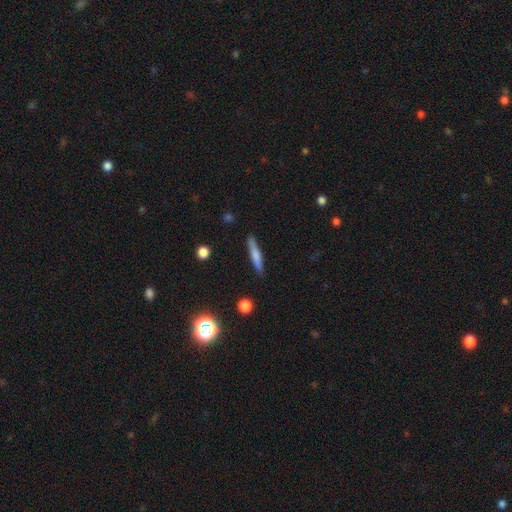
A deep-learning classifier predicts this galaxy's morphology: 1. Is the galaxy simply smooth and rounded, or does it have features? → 65% smooth, 29% featured or disk, 6% star or artifact.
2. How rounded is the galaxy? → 92% cigar-shaped, 7% in between, 2% round.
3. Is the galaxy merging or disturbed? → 88% none, 9% minor disturbance, 2% major disturbance, 1% merger.